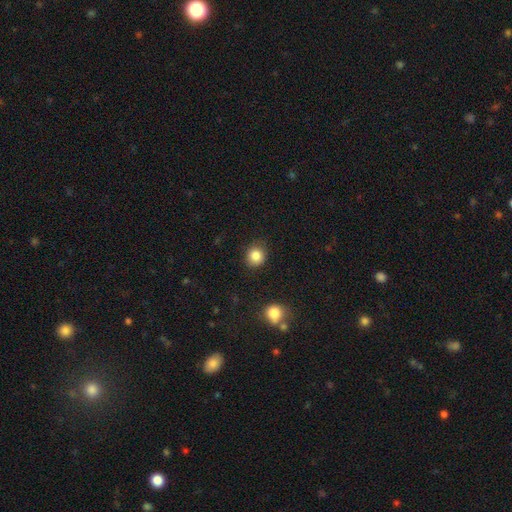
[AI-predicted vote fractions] smooth-or-featured: smooth: 85% | star or artifact: 10% | featured or disk: 5%
  how-rounded: round: 86% | in between: 13% | cigar-shaped: 1%
  merging: none: 86% | minor disturbance: 9% | major disturbance: 3% | merger: 2%